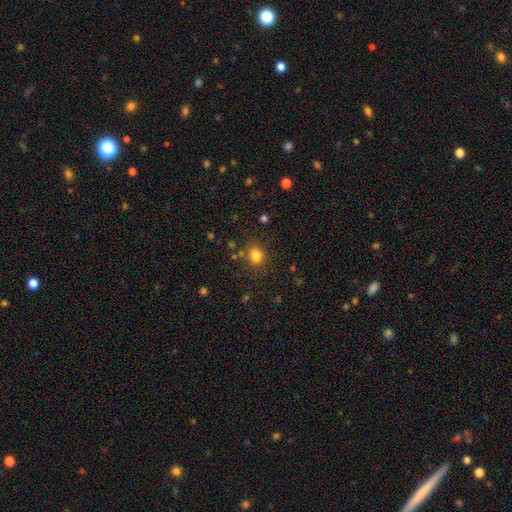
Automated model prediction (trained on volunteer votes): This appears to be a smooth galaxy with no disk features (82%) that is in between round and cigar-shaped (50%). Merging: none (76%).